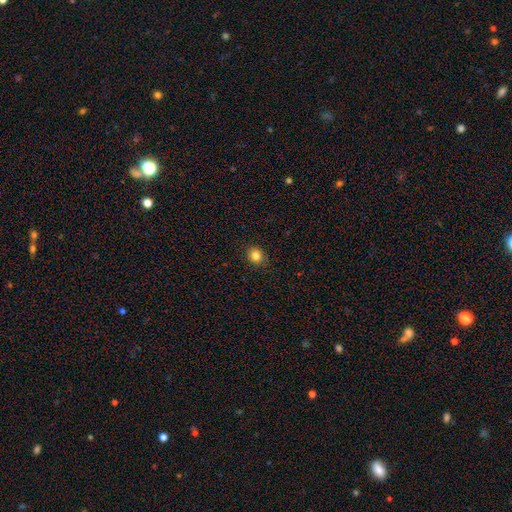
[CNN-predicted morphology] Overall: smooth (83%). How rounded: round (73%). Merging: none (89%).